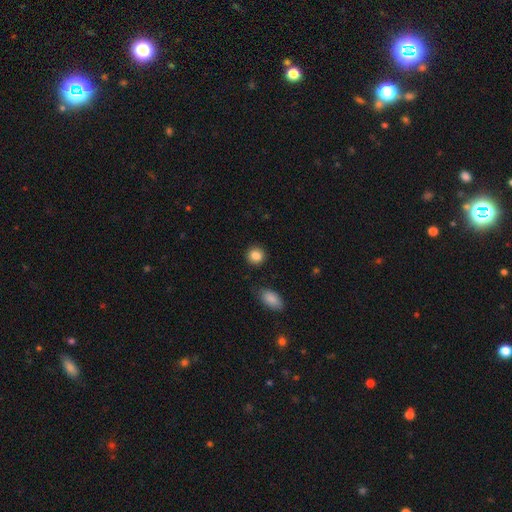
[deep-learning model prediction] smooth 86%, star or artifact 9%, featured or disk 5%. Down the decision tree: how rounded — round (87%); merging — none (89%).